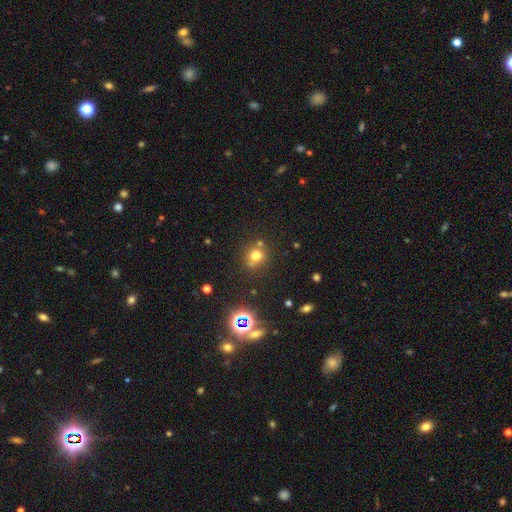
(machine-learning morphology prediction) Smooth or featured: smooth — 68% (star or artifact — 22%)
How rounded: round — 81% (in between — 18%)
Merging: none — 68% (merger — 16%)